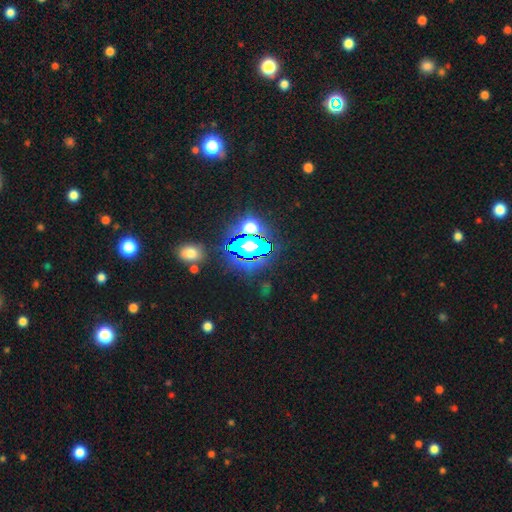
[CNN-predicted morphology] A star or artifact, not a galaxy (82%).

Vote fractions:
- Smooth or featured? star or artifact: 82% / smooth: 11% / featured or disk: 7%